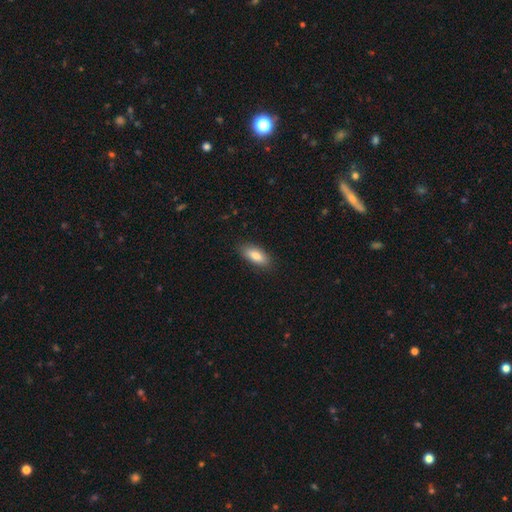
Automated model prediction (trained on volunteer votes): smooth 81%, featured or disk 13%, star or artifact 6%. Down the decision tree: how rounded — in between (81%); merging — none (86%).